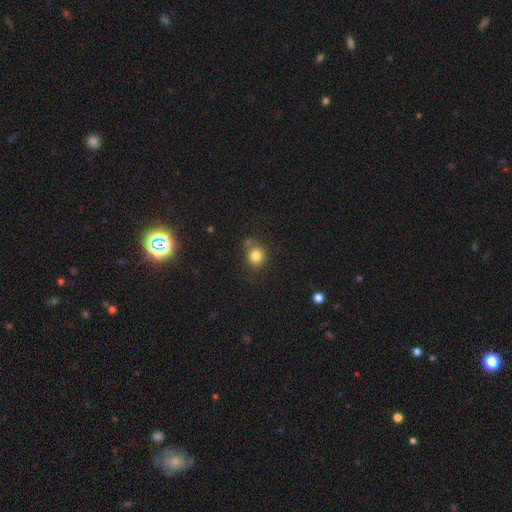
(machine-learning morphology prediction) type=smooth (82%); roundness=round (87%); merging=none (72%).